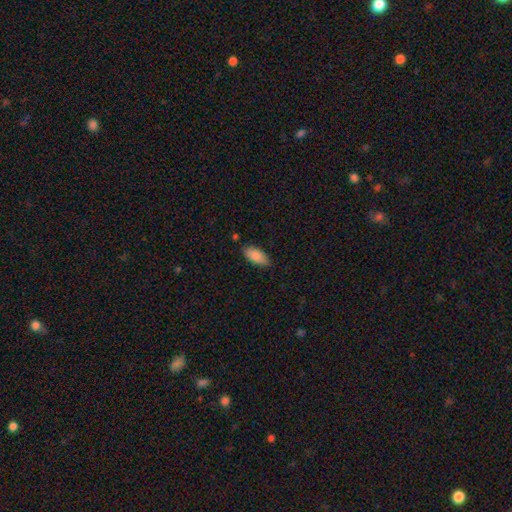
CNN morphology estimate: smooth 87%, featured or disk 7%, star or artifact 6%. Down the decision tree: how rounded — in between (88%); merging — none (78%).